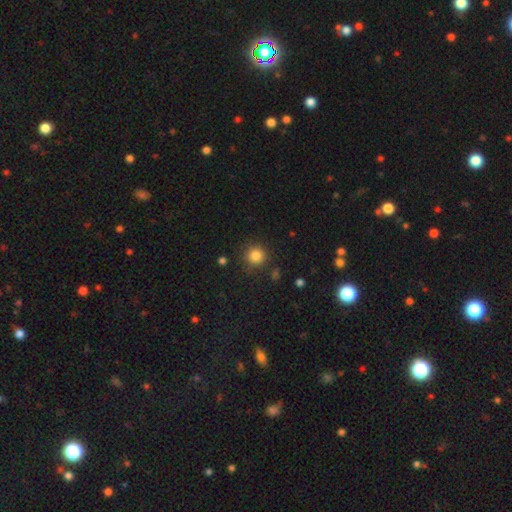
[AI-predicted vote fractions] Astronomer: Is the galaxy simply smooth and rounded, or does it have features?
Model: smooth — 83%.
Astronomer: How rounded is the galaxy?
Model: round — 94%.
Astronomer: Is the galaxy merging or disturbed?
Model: none — 87%.